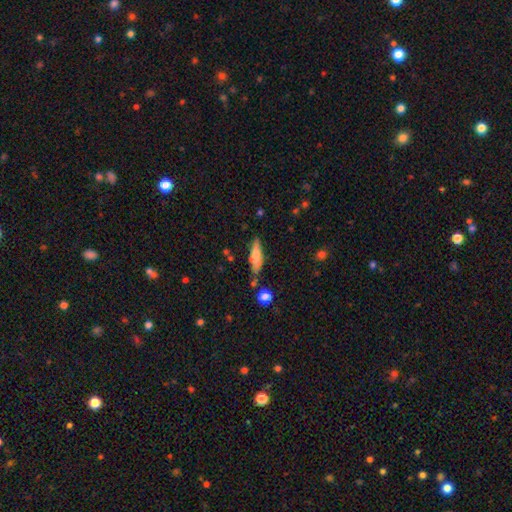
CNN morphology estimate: The model was most divided on "how rounded": cigar-shaped: 63%, in between: 35%, round: 2%. More confident: merging — none (67%); smooth or featured — smooth (62%).